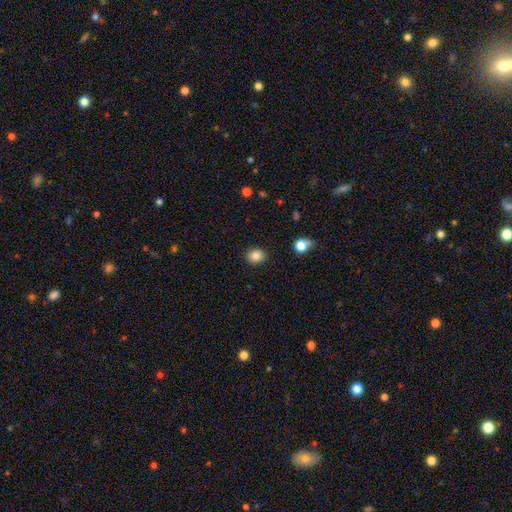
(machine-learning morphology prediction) The model was most divided on "how rounded": round: 66%, in between: 33%, cigar-shaped: 1%. More confident: merging — none (89%); smooth or featured — smooth (83%).